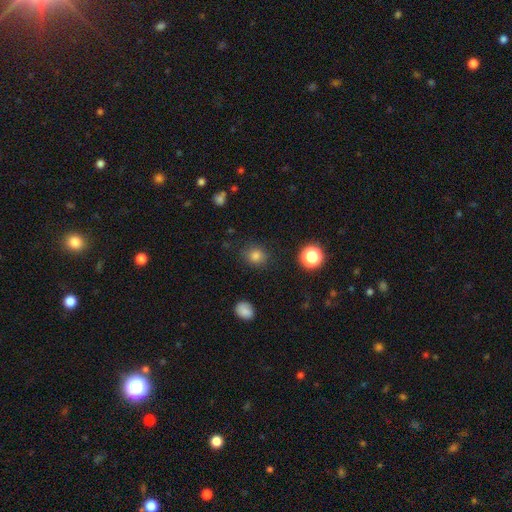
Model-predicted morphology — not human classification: type=smooth (81%); roundness=round (77%); merging=none (85%).